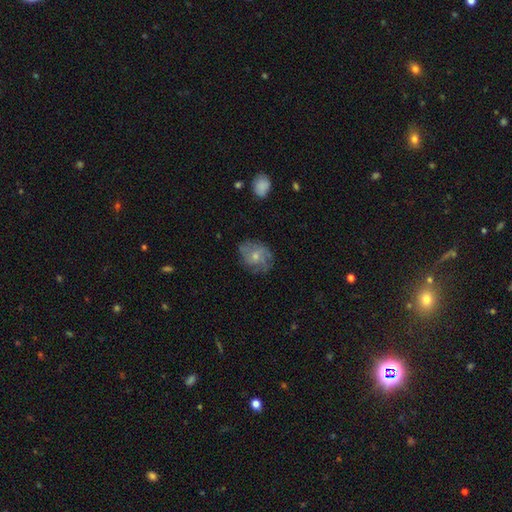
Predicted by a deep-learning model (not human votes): Smooth or featured? featured or disk (56%)
Edge-on disk? no (97%)
Bar? no (77%)
Spiral arms? yes (77%)
Bulge size? small (50%)
Merging? none (63%)